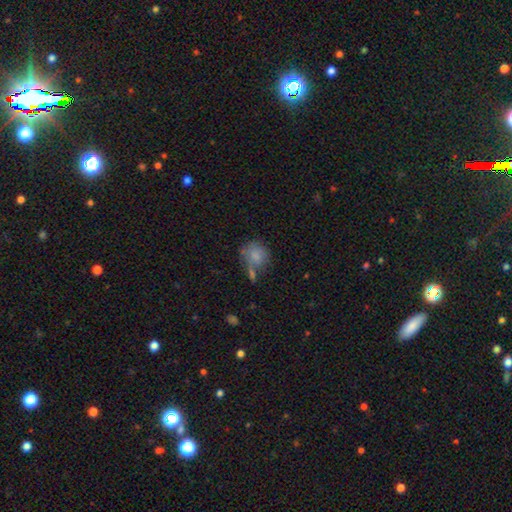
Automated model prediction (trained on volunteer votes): Overall: smooth (78%). How rounded: round (67%; in between 31%). Merging: none (47%; minor disturbance 22%).